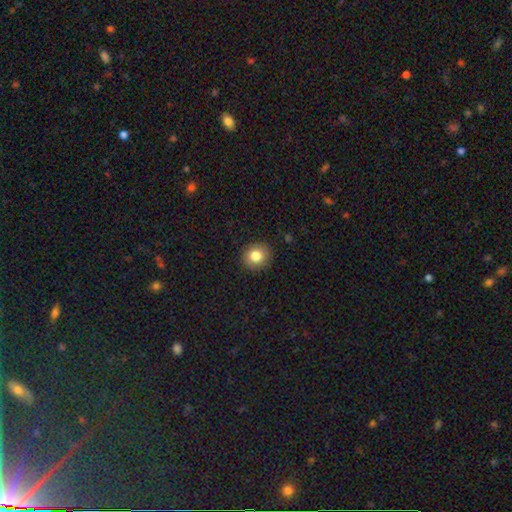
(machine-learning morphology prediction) type=smooth (83%); roundness=round (87%); merging=none (90%).